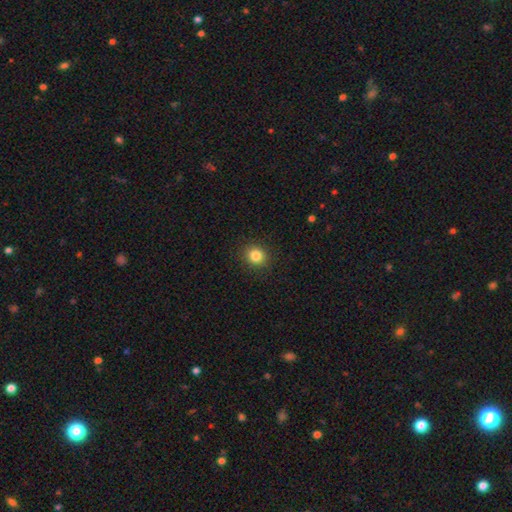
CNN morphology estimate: smooth 84%, star or artifact 11%, featured or disk 5%. Down the decision tree: how rounded — round (85%); merging — none (91%).